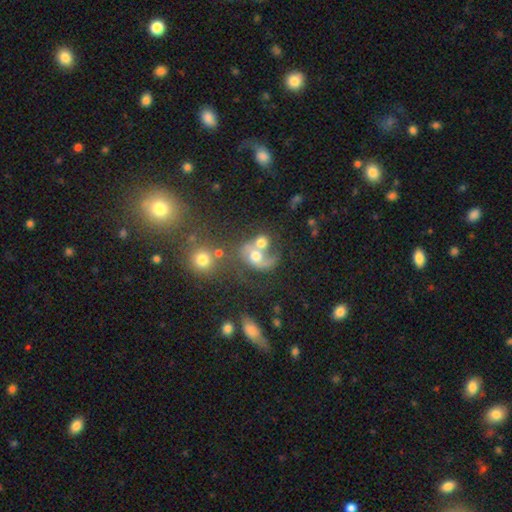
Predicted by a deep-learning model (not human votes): featured or disk 47%, smooth 39%, star or artifact 14%. Down the decision tree: merging — merger (49%).